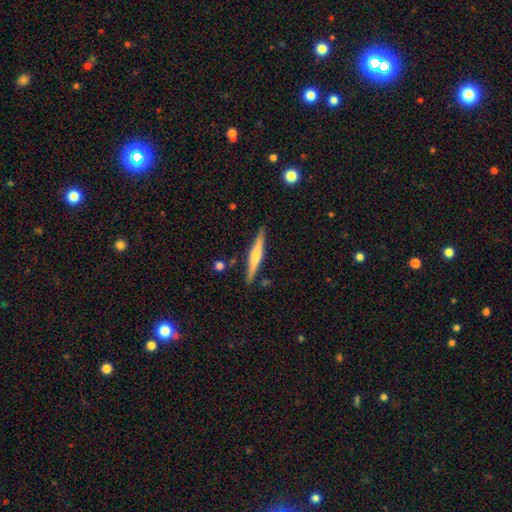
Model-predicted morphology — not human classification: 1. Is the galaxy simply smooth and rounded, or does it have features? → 54% featured or disk, 40% smooth, 6% star or artifact.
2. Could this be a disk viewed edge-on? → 97% yes, 3% no.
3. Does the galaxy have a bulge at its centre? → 50% rounded, 26% none, 25% boxy.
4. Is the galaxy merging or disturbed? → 88% none, 8% minor disturbance, 2% merger, 2% major disturbance.